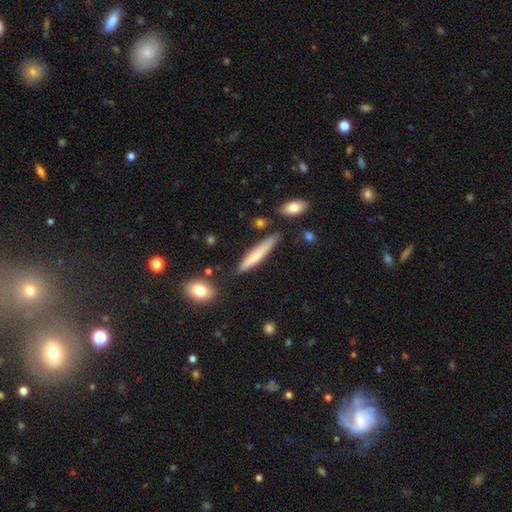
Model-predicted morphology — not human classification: This is likely a smooth galaxy (64%). How rounded: clearly cigar-shaped (91%). Merging: likely none (79%).